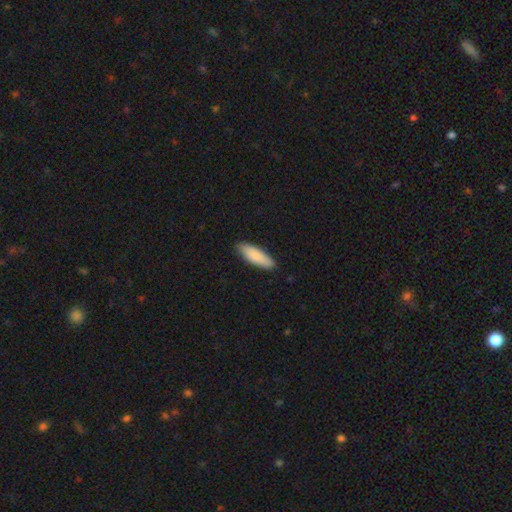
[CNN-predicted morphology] The model was most divided on "how rounded": in between: 53%, cigar-shaped: 46%, round: 1%. More confident: smooth or featured — smooth (87%); merging — none (85%).